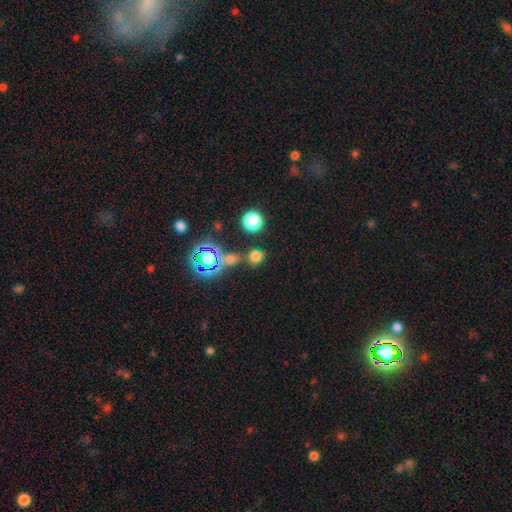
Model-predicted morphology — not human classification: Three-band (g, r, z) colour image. It shows a smooth galaxy with no disk features (62%) that is round (73%). Merging: none (68%).